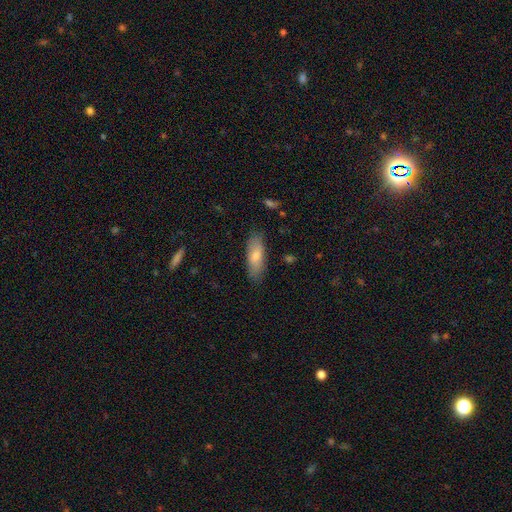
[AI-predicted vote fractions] Smooth or featured: smooth — 76% (featured or disk — 18%)
How rounded: in between — 63% (cigar-shaped — 35%)
Merging: none — 82% (minor disturbance — 14%)